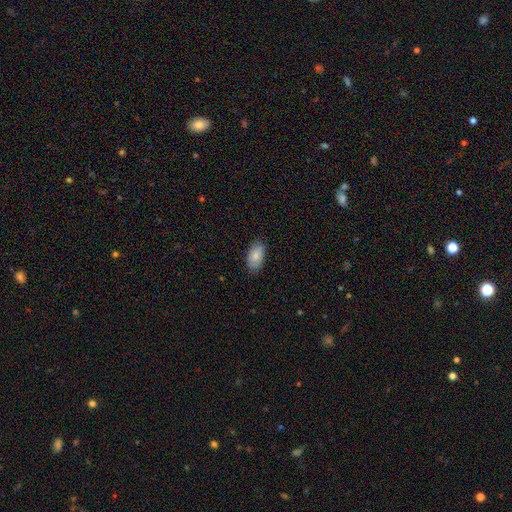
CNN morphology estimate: This is likely a smooth galaxy (77%). How rounded: clearly in between (94%). Merging: likely none (79%).